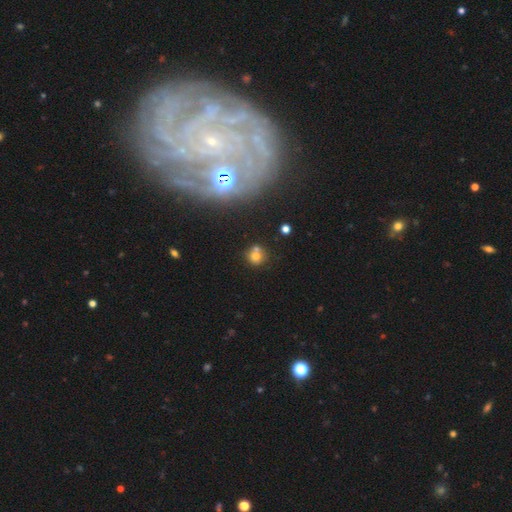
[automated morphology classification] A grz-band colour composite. It shows a smooth galaxy with no disk features (68%) that is round (87%). Merging: none (53%).